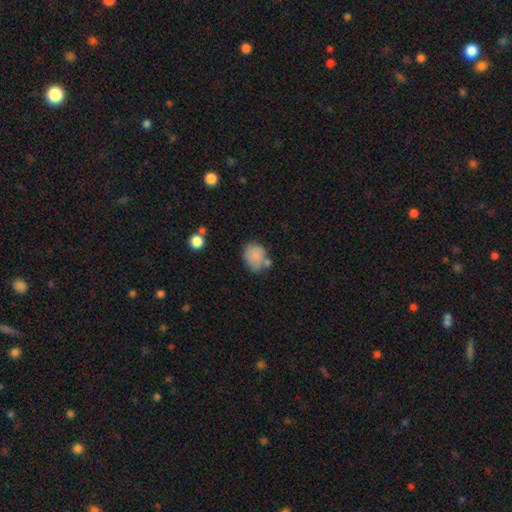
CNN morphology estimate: A smooth galaxy with no disk features (80%) that is round (50%). Merging: none (48%).